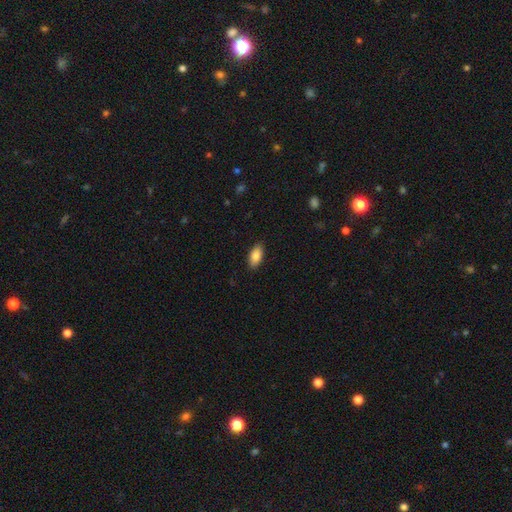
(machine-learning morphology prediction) type=smooth (86%); roundness=in between (91%); merging=none (88%).